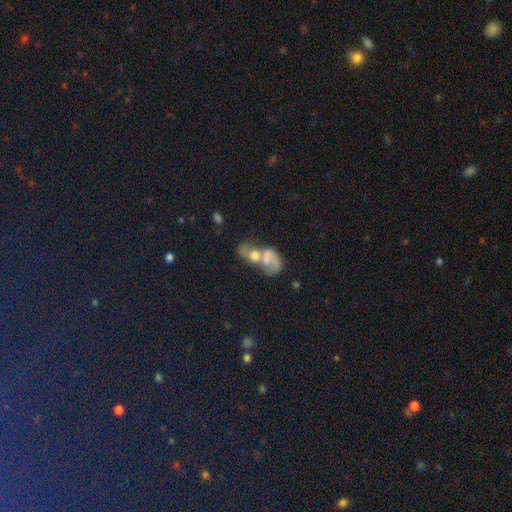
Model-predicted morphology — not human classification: Smooth or featured?
  - featured or disk: 45% *
  - smooth: 39%
  - star or artifact: 16%
Merging?
  - merger: 67% *
  - none: 15%
  - major disturbance: 11%
  - minor disturbance: 7%